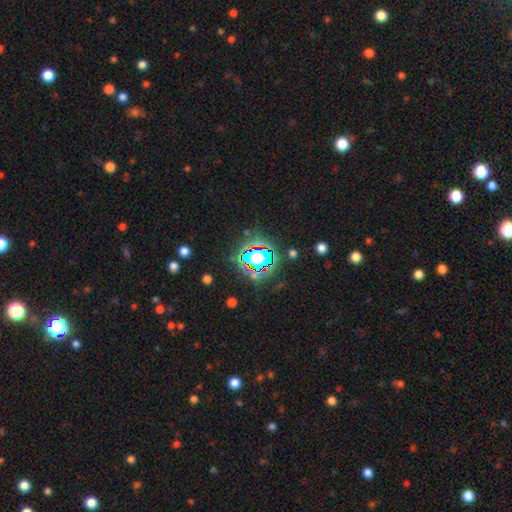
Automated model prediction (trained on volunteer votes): smooth_or_featured: star or artifact (p=0.74) [alt: smooth p=0.16]